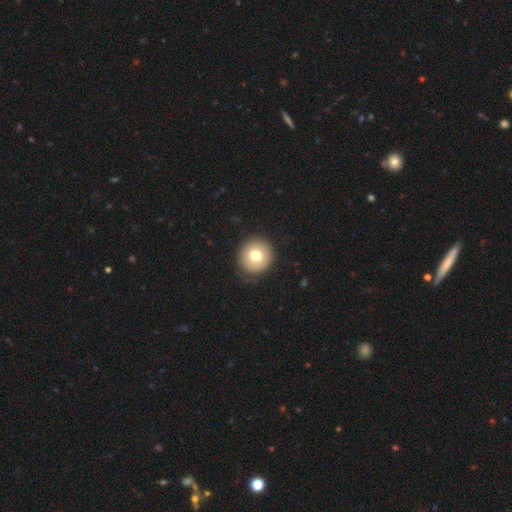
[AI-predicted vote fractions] smooth-or-featured: smooth: 74% | featured or disk: 16% | star or artifact: 10%
  how-rounded: round: 94% | in between: 5% | cigar-shaped: 1%
  merging: none: 90% | minor disturbance: 7% | major disturbance: 2% | merger: 1%